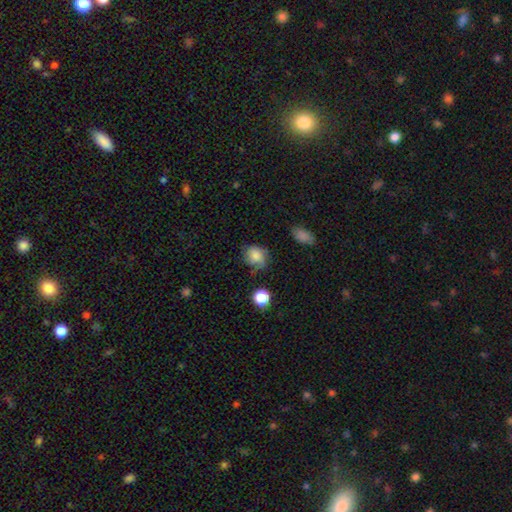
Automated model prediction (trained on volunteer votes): Morphology: type=smooth (76%); roundness=round (67%); merging=none (56%).